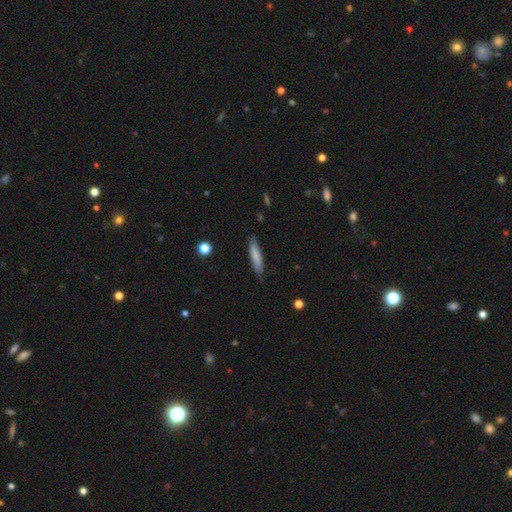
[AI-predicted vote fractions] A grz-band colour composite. It shows a smooth galaxy with no disk features (79%) that is cigar-shaped (85%). Merging: none (82%).